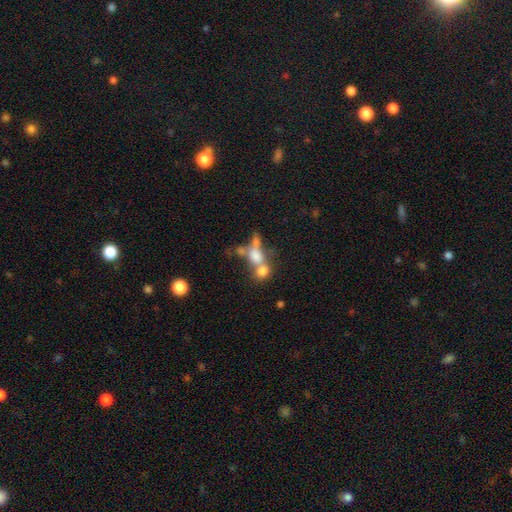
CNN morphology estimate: A smooth galaxy with no disk features (62%) that is in between round and cigar-shaped (53%). Merging: merger (61%).